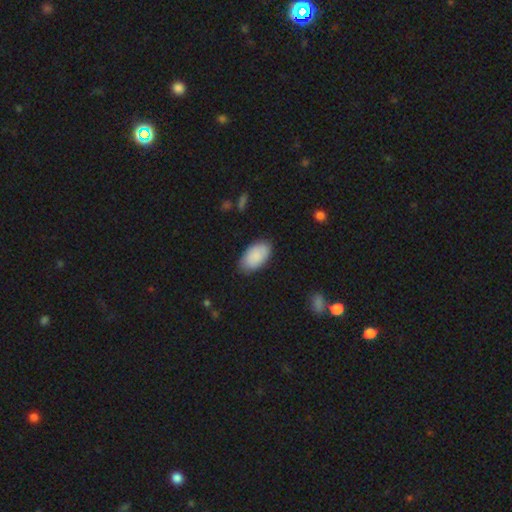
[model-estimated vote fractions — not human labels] Smooth or featured?
  - smooth: 87% *
  - featured or disk: 7%
  - star or artifact: 6%
How rounded?
  - in between: 95% *
  - round: 3%
  - cigar-shaped: 2%
Merging?
  - none: 83% *
  - minor disturbance: 13%
  - major disturbance: 3%
  - merger: 1%